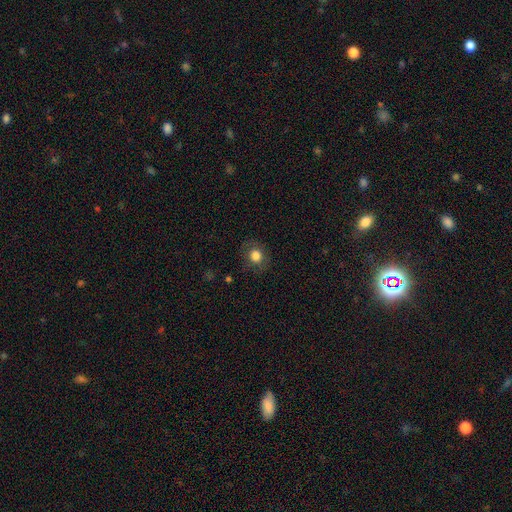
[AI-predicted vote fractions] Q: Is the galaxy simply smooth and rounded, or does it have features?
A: smooth — 78%.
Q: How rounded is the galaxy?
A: round — 74%.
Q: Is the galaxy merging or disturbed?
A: none — 82%.